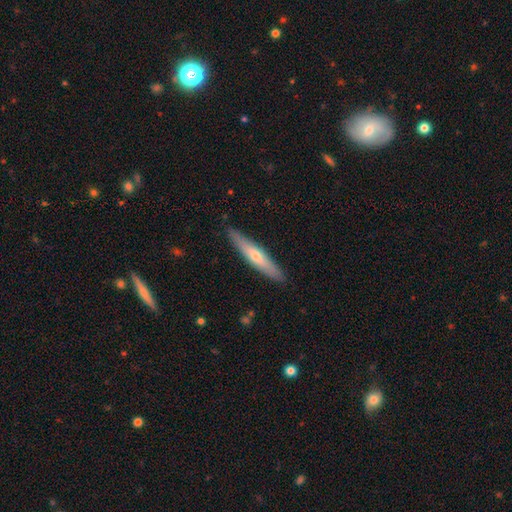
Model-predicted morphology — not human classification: smooth_or_featured: featured or disk (p=0.49) [alt: smooth p=0.44]
merging: none (p=0.88) [alt: minor disturbance p=0.09]